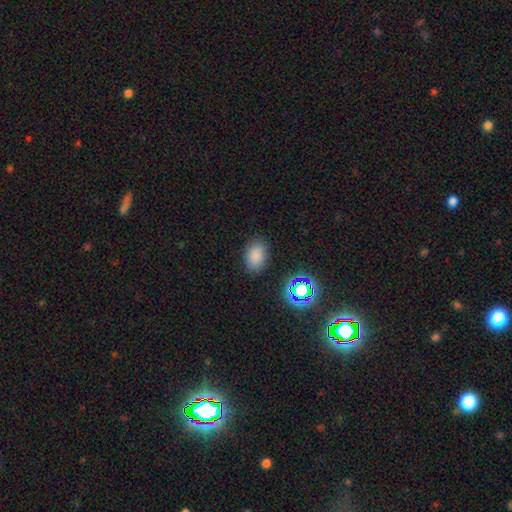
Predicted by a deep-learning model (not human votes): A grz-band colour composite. It shows a smooth galaxy with no disk features (80%) that is in between round and cigar-shaped (84%). Merging: none (84%).